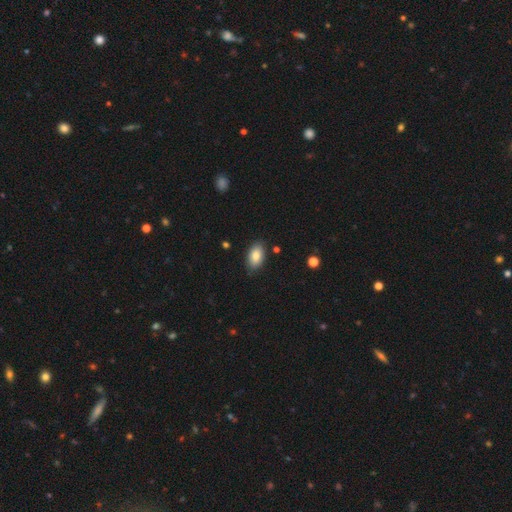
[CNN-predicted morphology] Overall: smooth (83%). How rounded: in between (93%). Merging: none (86%).